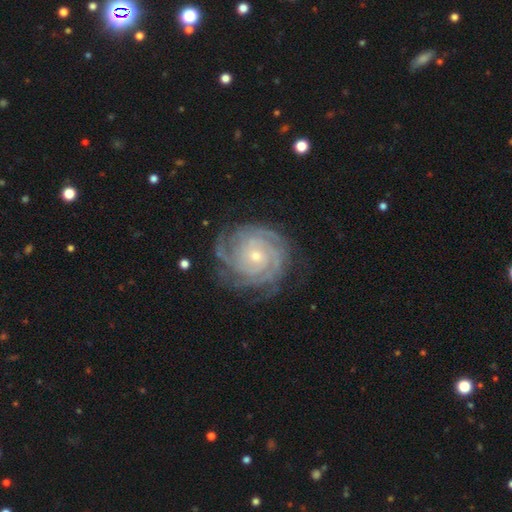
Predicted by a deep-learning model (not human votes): A featured or disk galaxy (89%) with no bar (77%), 4 (26%) tight (82%) spiral arms (98%) and a small central bulge (68%).

Vote fractions:
- Smooth or featured? featured or disk: 89% / smooth: 6% / star or artifact: 5%
- Edge-on disk? no: 98% / yes: 2%
- Bar? no: 77% / weak: 18% / strong: 5%
- Spiral arms? yes: 98% / no: 2%
- Spiral winding? tight: 82% / medium: 16% / loose: 2%
- Spiral arm count? 4: 26% / can't tell: 23% / 3: 20% / more than 4: 13% / 2: 11% / 1: 7%
- Bulge size? small: 68% / moderate: 29% / large: 1% / none: 1% / dominant: 1%
- Merging? none: 78% / minor disturbance: 15% / major disturbance: 6% / merger: 1%